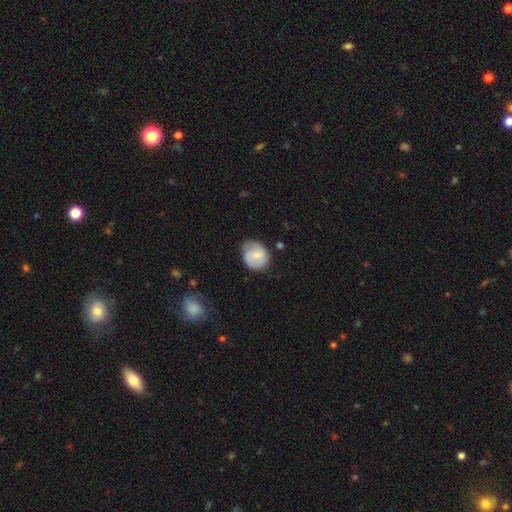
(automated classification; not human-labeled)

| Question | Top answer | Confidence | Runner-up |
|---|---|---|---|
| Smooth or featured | smooth | 58% | featured or disk (36%) |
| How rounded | round | 67% | in between (32%) |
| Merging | none | 62% | minor disturbance (29%) |